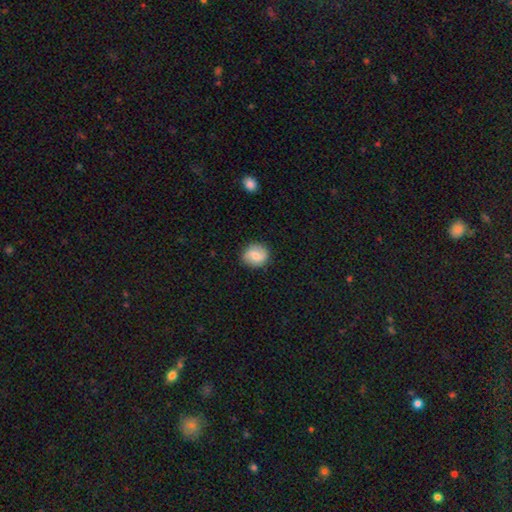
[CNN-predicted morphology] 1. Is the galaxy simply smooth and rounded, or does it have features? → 60% smooth, 33% featured or disk, 7% star or artifact.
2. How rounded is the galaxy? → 80% round, 19% in between, 1% cigar-shaped.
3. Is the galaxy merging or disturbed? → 86% none, 10% minor disturbance, 2% major disturbance, 1% merger.